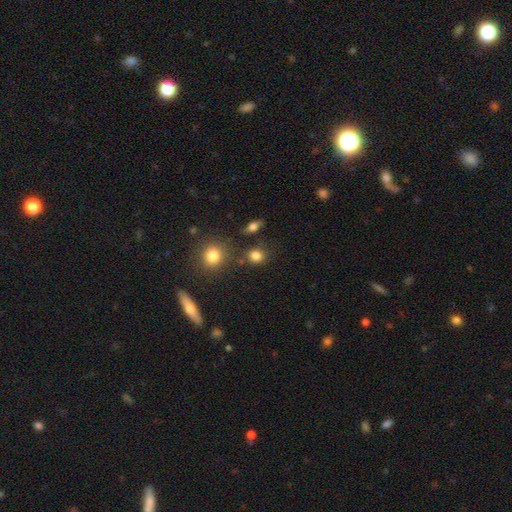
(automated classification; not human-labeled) Morphology: type=smooth (82%); roundness=round (79%); merging=none (76%).